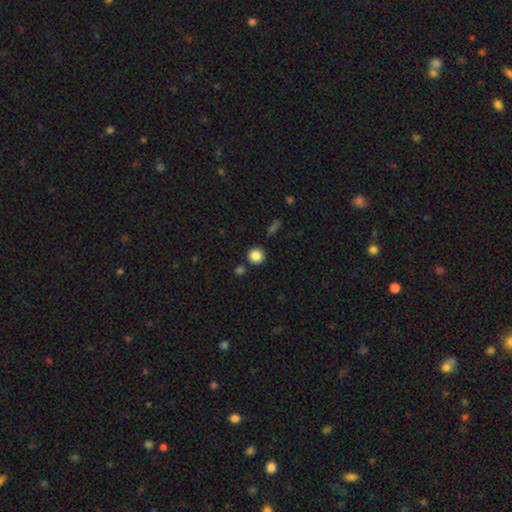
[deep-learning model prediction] smooth_or_featured: smooth (p=0.86) [alt: star or artifact p=0.10]
how_rounded: round (p=0.93) [alt: in between p=0.06]
merging: none (p=0.85) [alt: minor disturbance p=0.07]